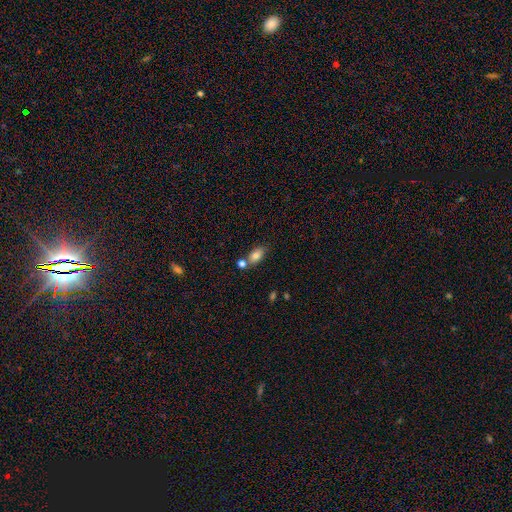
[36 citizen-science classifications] Smooth or featured: smooth — 83% (featured or disk — 14%)
How rounded: in between — 97% (round — 3%)
Merging: none — 77% (merger — 17%)